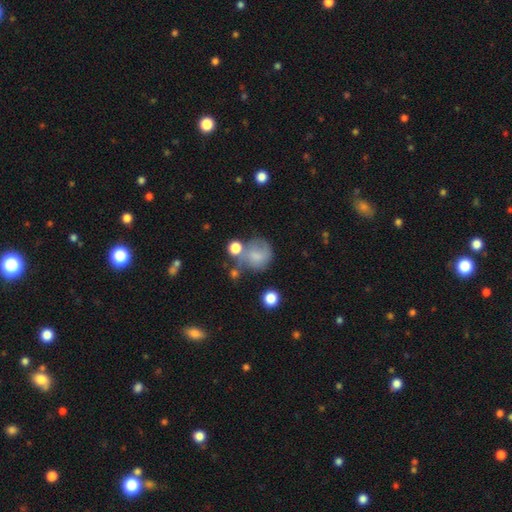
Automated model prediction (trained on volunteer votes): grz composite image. It shows a smooth galaxy with no disk features (66%) that is round (80%). Merging: none (43%).